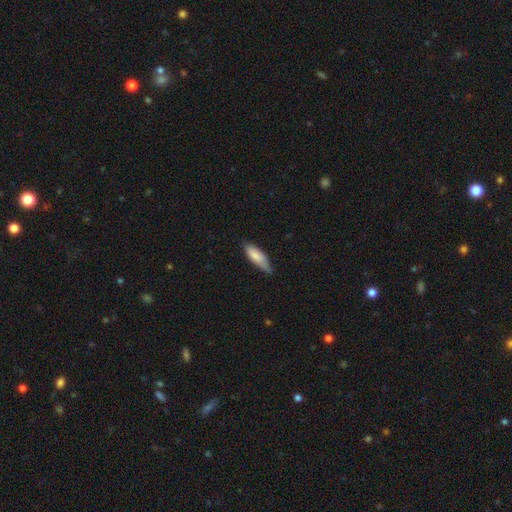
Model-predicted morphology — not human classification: The model was most divided on "how rounded": in between: 60%, cigar-shaped: 39%, round: 2%. More confident: smooth or featured — smooth (82%); merging — none (64%).